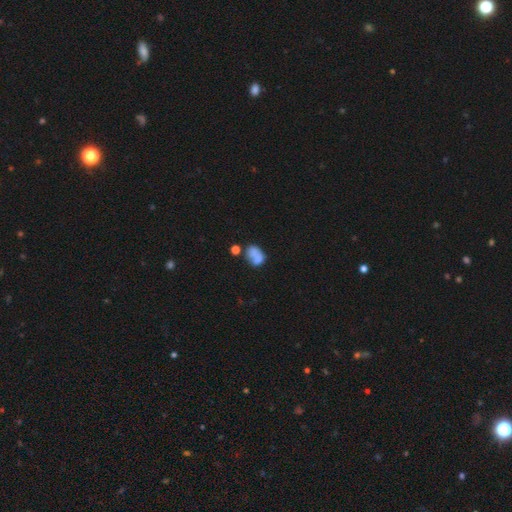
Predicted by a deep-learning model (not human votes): smooth-or-featured: smooth: 70% | featured or disk: 19% | star or artifact: 11%
  how-rounded: in between: 69% | round: 29% | cigar-shaped: 1%
  merging: none: 35% | merger: 29% | minor disturbance: 22% | major disturbance: 14%